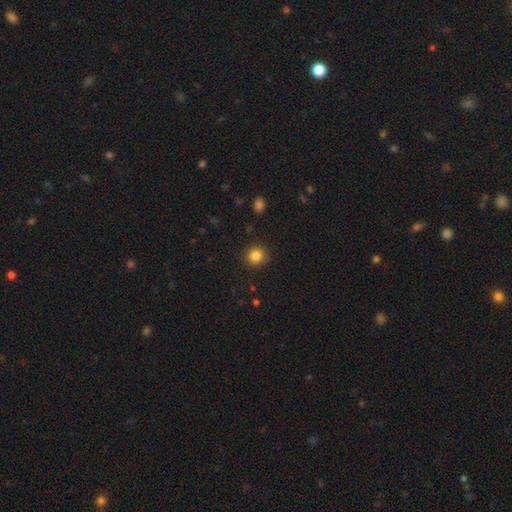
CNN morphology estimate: This appears to be a smooth galaxy with no disk features (84%) that is round (92%). Merging: none (89%).